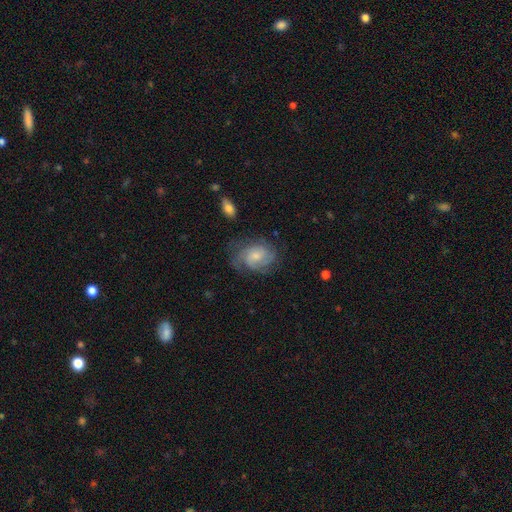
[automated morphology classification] featured or disk 65%, smooth 27%, star or artifact 7%. Down the decision tree: edge-on disk — no (97%); bar — no (67%); spiral arms — yes (90%); spiral arm count — can't tell (34%); spiral winding — tight (49%); bulge size — small (52%); merging — none (62%).